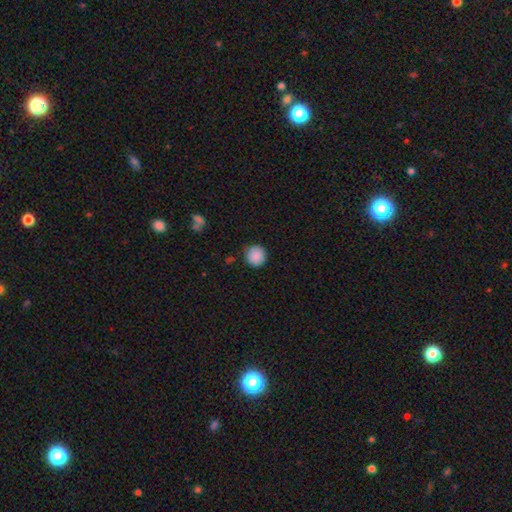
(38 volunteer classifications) A smooth galaxy with no disk features (87%) that is round (100%).

Vote fractions:
- Smooth or featured? smooth: 87% / star or artifact: 11% / featured or disk: 3%
- How rounded? round: 100% / in between: 0% / cigar-shaped: 0%
- Merging? none: 88% / minor disturbance: 6% / major disturbance: 6% / merger: 0%